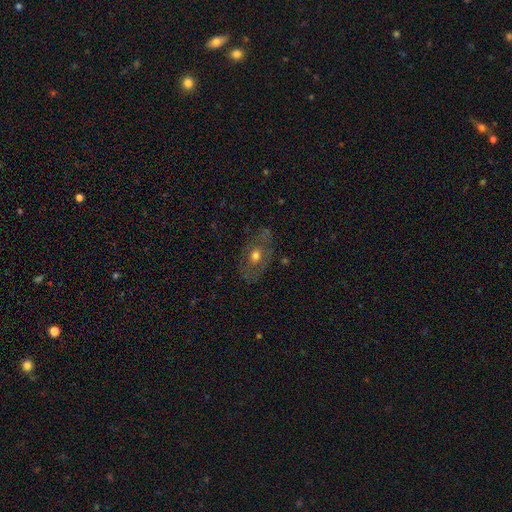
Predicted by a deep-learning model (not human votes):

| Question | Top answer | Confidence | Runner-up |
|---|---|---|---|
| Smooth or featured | smooth | 47% | featured or disk (43%) |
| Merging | none | 73% | minor disturbance (18%) |